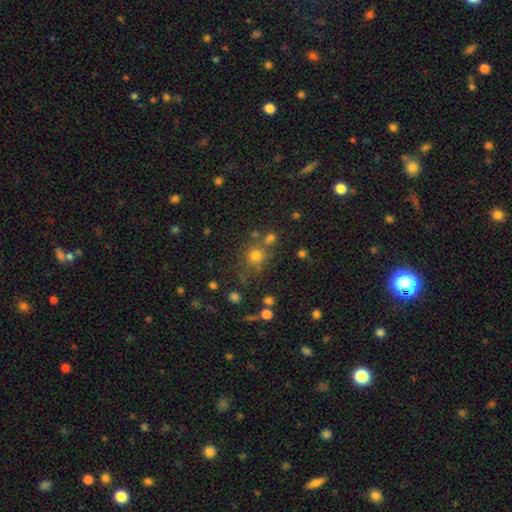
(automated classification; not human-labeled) smooth-or-featured: smooth: 70% | star or artifact: 21% | featured or disk: 9%
  how-rounded: round: 89% | in between: 10% | cigar-shaped: 1%
  merging: none: 68% | merger: 15% | minor disturbance: 11% | major disturbance: 5%